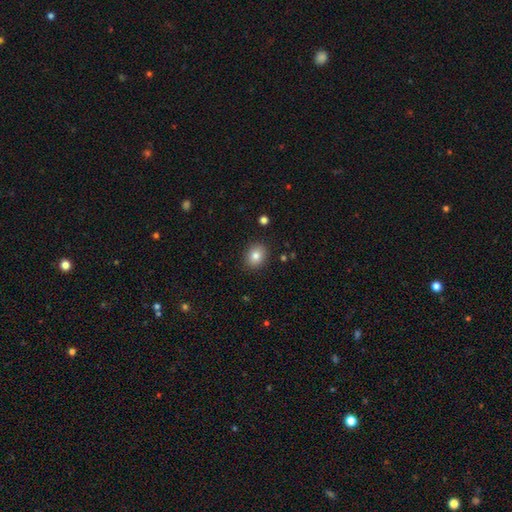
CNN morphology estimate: smooth 82%, star or artifact 10%, featured or disk 8%. Down the decision tree: how rounded — round (54%); merging — none (89%).